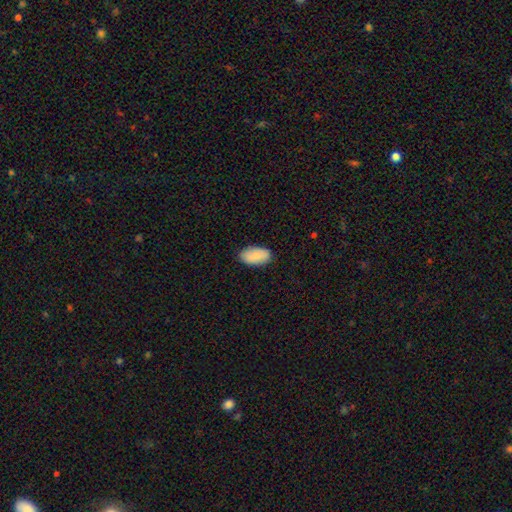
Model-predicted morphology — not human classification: A smooth galaxy with no disk features (85%) that is in between round and cigar-shaped (95%). Merging: none (87%).